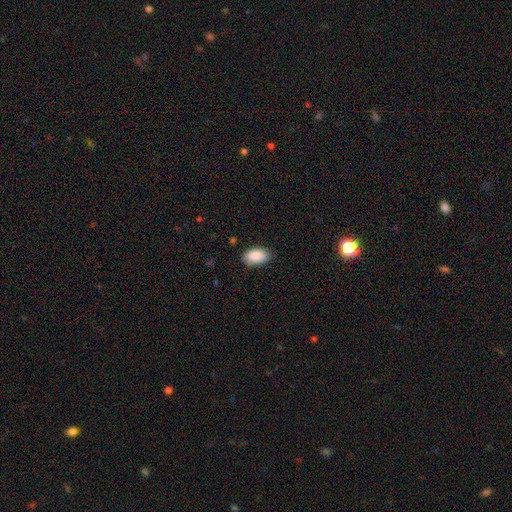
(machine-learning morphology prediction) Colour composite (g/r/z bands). It shows a smooth galaxy with no disk features (89%) that is in between round and cigar-shaped (94%). Merging: none (82%).